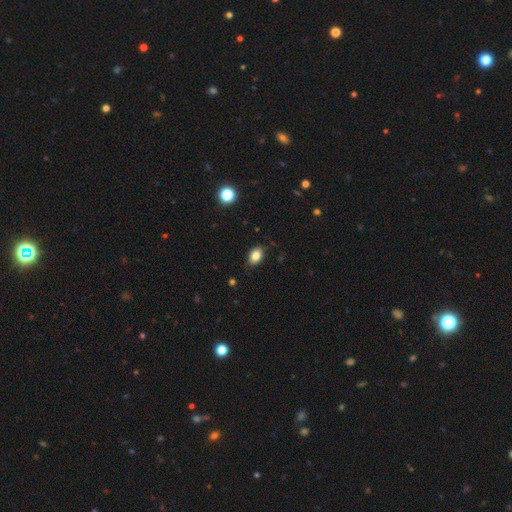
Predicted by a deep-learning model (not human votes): Q: Smooth or featured?
A: smooth (82%); runner-up: star or artifact (10%)
Q: How rounded?
A: in between (79%); runner-up: round (20%)
Q: Merging?
A: none (84%); runner-up: minor disturbance (12%)